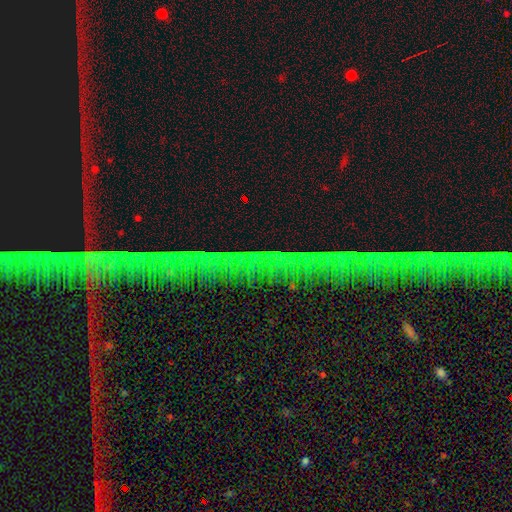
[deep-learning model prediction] Overall: star or artifact (86%).